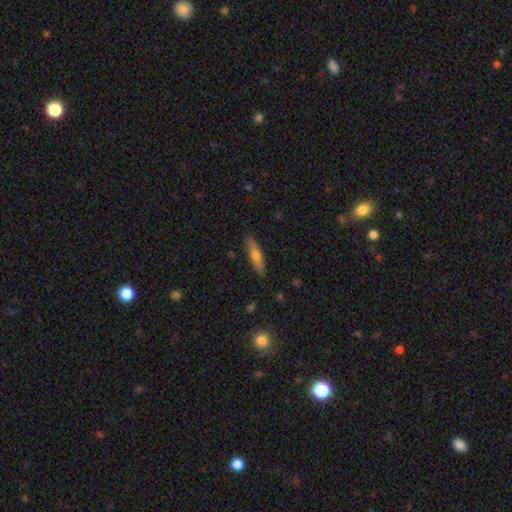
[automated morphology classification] A smooth galaxy with no disk features (56%) that is cigar-shaped (81%). Merging: none (88%).